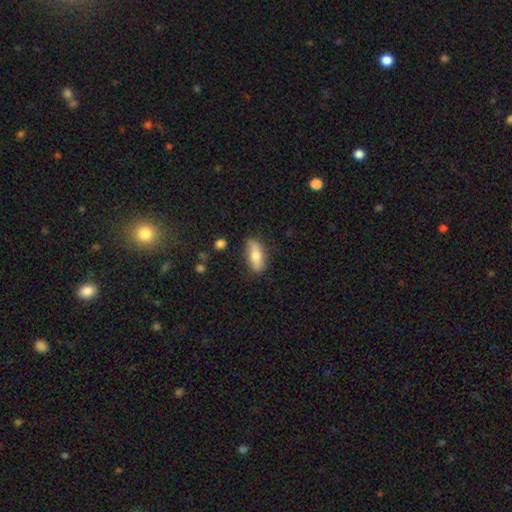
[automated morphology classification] A smooth galaxy with no disk features (76%) that is in between round and cigar-shaped (79%). Merging: none (78%).